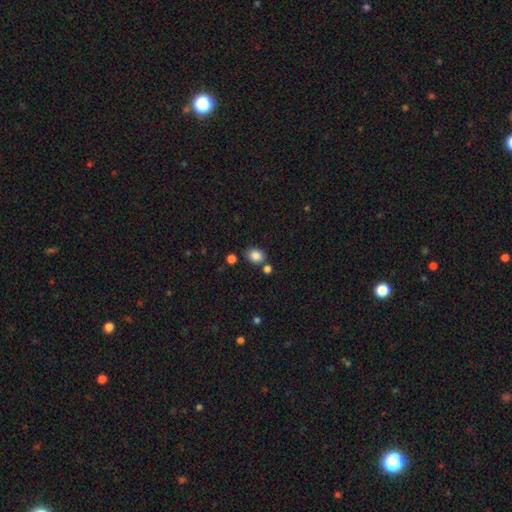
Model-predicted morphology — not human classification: smooth-or-featured: smooth: 85% | star or artifact: 10% | featured or disk: 5%
  how-rounded: in between: 56% | round: 43% | cigar-shaped: 1%
  merging: none: 76% | merger: 10% | minor disturbance: 10% | major disturbance: 3%